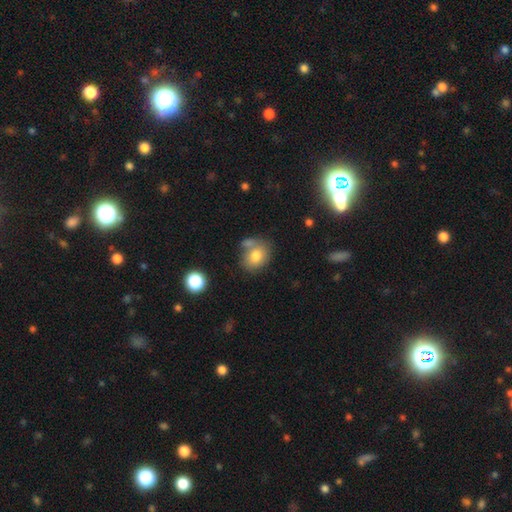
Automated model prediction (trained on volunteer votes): Smooth or featured?
  - smooth: 77% *
  - featured or disk: 13%
  - star or artifact: 10%
How rounded?
  - round: 52% *
  - in between: 47%
  - cigar-shaped: 1%
Merging?
  - none: 54% *
  - merger: 24%
  - minor disturbance: 17%
  - major disturbance: 6%